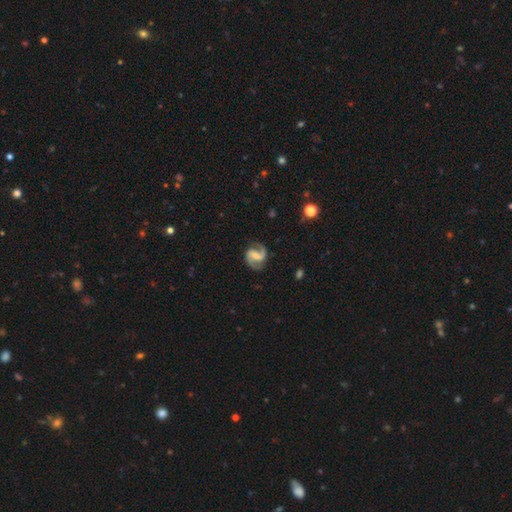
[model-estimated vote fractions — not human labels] This is clearly a featured or disk galaxy (90%). It is clearly not viewed edge-on (98%). Bar: possibly weak (47%). Spiral arm pattern: clearly yes (98%). Spiral arm count: clearly 2 (93%). Spiral winding: possibly medium (58%). Central bulge: marginally small (40%). Merging: clearly none (81%).